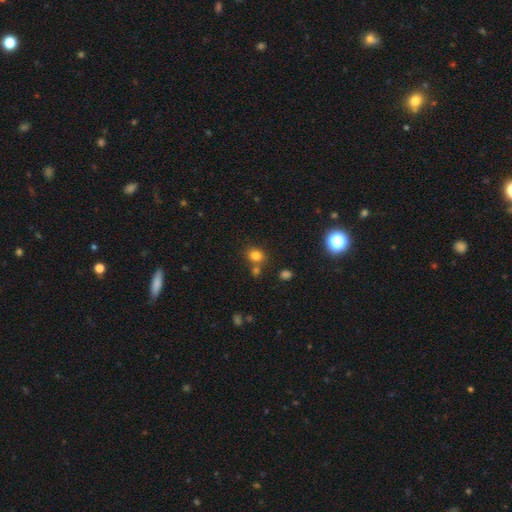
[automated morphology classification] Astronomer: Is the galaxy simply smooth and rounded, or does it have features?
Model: smooth — 79%.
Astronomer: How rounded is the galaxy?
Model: round — 56% (runner-up: in between, 43%).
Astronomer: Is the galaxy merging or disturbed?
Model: none — 64%.